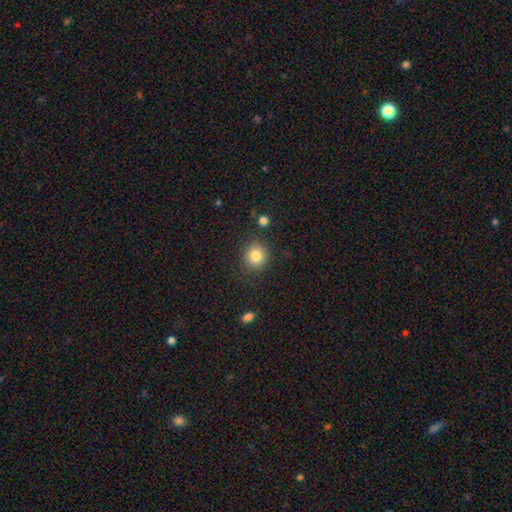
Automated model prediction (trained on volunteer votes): Overall: smooth (83%). How rounded: round (85%). Merging: none (86%).